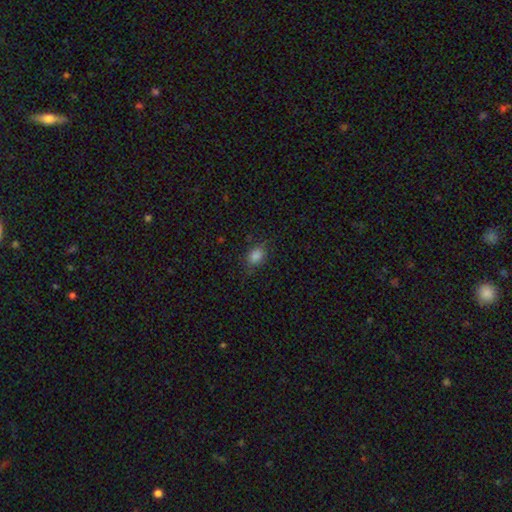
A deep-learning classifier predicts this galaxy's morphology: Smooth or featured?
  - smooth: 84% *
  - star or artifact: 11%
  - featured or disk: 5%
How rounded?
  - in between: 70% *
  - round: 29%
  - cigar-shaped: 2%
Merging?
  - none: 77% *
  - minor disturbance: 18%
  - major disturbance: 5%
  - merger: 1%